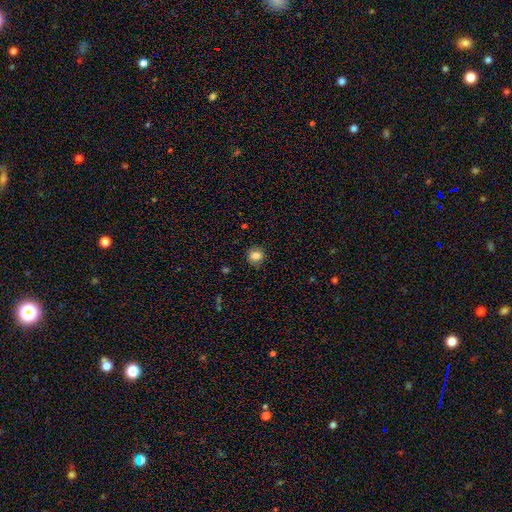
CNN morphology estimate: A smooth galaxy with no disk features (82%) that is round (69%). Merging: none (86%).